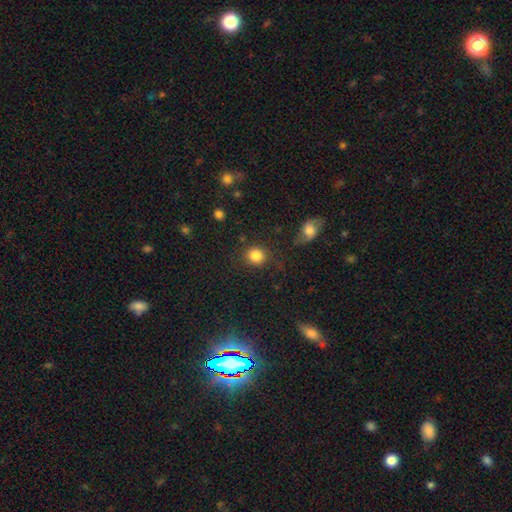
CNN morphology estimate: The model was most divided on "merging": none: 84%, minor disturbance: 9%, major disturbance: 4%, merger: 3%. More confident: how rounded — round (88%); smooth or featured — smooth (85%).